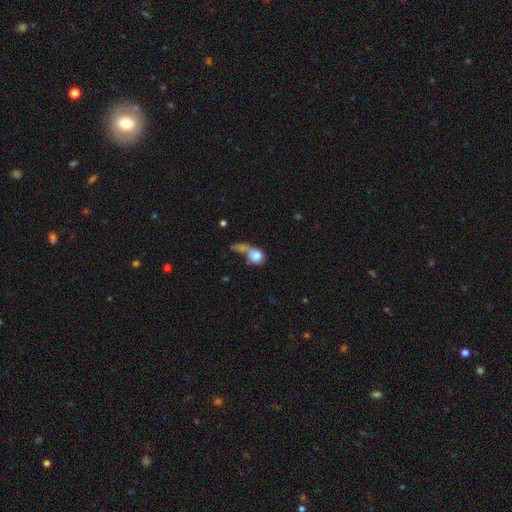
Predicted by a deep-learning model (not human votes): The model was most divided on "merging": merger: 48%, none: 23%, major disturbance: 17%, minor disturbance: 11%. More confident: smooth or featured — smooth (78%); how rounded — round (68%).